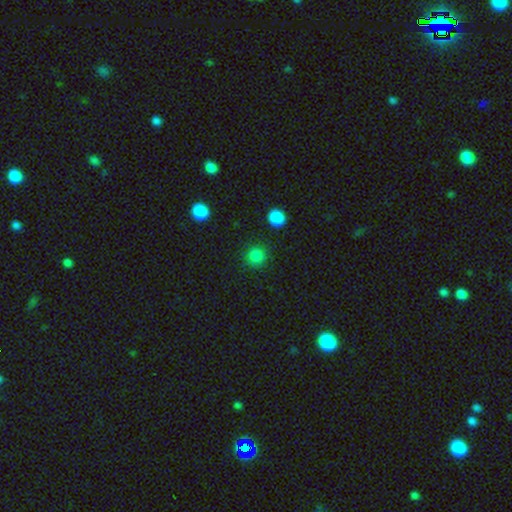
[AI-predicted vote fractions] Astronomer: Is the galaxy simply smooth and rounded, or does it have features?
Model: smooth — 85%.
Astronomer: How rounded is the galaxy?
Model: round — 93%.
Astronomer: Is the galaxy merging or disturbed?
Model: none — 89%.